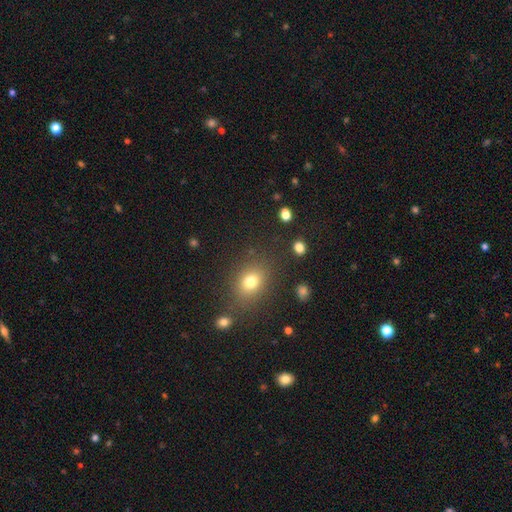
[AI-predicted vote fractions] A smooth galaxy with no disk features (65%) that is round (55%).

Vote fractions:
- Smooth or featured? smooth: 65% / star or artifact: 27% / featured or disk: 9%
- How rounded? round: 55% / in between: 43% / cigar-shaped: 2%
- Merging? none: 84% / minor disturbance: 9% / merger: 5% / major disturbance: 3%